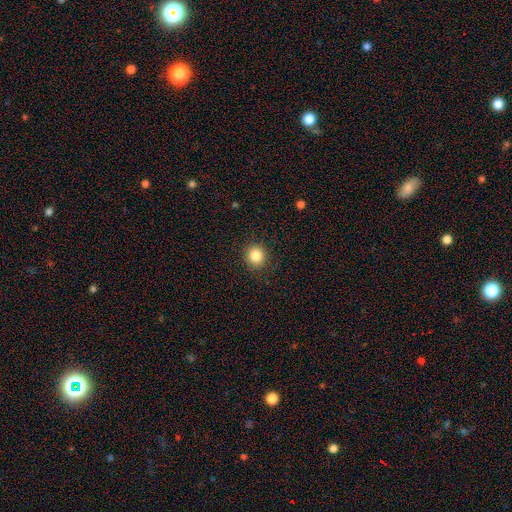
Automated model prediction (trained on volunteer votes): smooth-or-featured: smooth: 84% | star or artifact: 11% | featured or disk: 5%
  how-rounded: round: 90% | in between: 9% | cigar-shaped: 1%
  merging: none: 91% | minor disturbance: 6% | major disturbance: 2% | merger: 1%